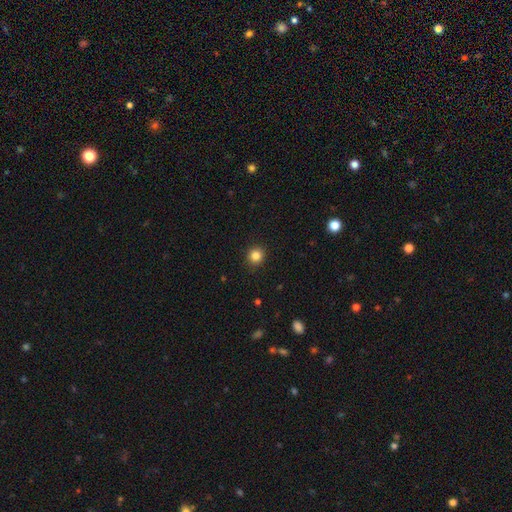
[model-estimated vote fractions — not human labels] smooth 84%, star or artifact 11%, featured or disk 4%. Down the decision tree: how rounded — round (91%); merging — none (91%).